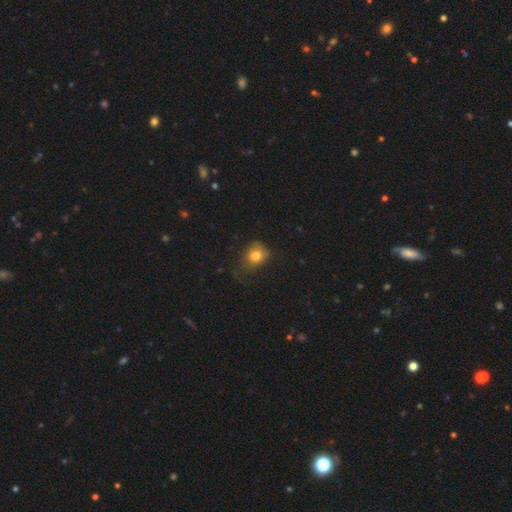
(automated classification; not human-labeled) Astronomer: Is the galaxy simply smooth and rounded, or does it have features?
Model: smooth — 79%.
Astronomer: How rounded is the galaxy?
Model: round — 55% (runner-up: in between, 44%).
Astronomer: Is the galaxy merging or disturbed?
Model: none — 51% (runner-up: minor disturbance, 32%).